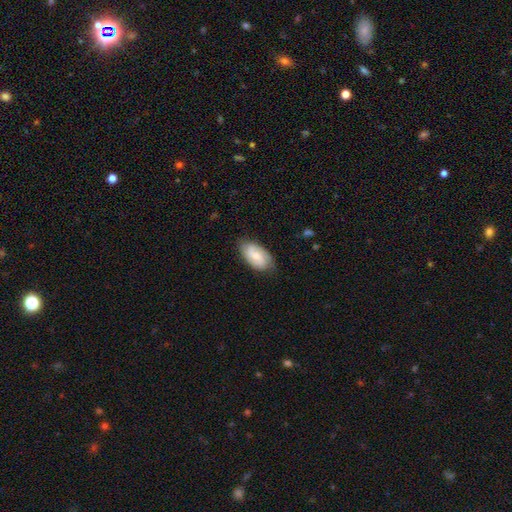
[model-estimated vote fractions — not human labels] A featured or disk galaxy (55%) with a weak bar (46%), spiral arms (89%) and a moderate central bulge (46%).

Vote fractions:
- Smooth or featured? featured or disk: 55% / smooth: 39% / star or artifact: 6%
- Edge-on disk? no: 95% / yes: 5%
- Bar? weak: 46% / no: 42% / strong: 12%
- Spiral arms? yes: 89% / no: 11%
- Bulge size? moderate: 46% / small: 45% / none: 5% / large: 3% / dominant: 1%
- Merging? none: 78% / minor disturbance: 17% / major disturbance: 4% / merger: 1%